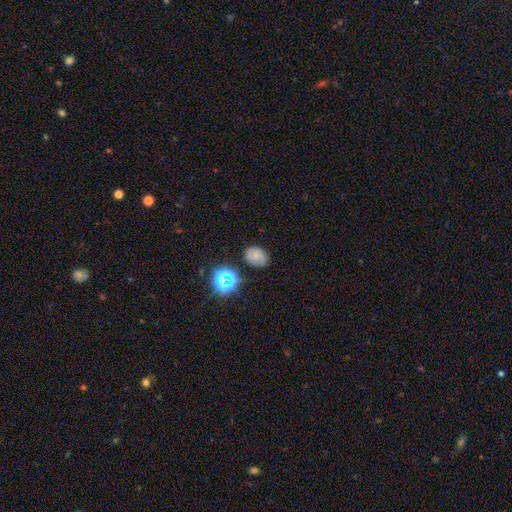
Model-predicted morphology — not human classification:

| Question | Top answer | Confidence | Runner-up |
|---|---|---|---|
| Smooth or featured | smooth | 71% | star or artifact (19%) |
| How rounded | in between | 62% | round (37%) |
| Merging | none | 75% | minor disturbance (18%) |